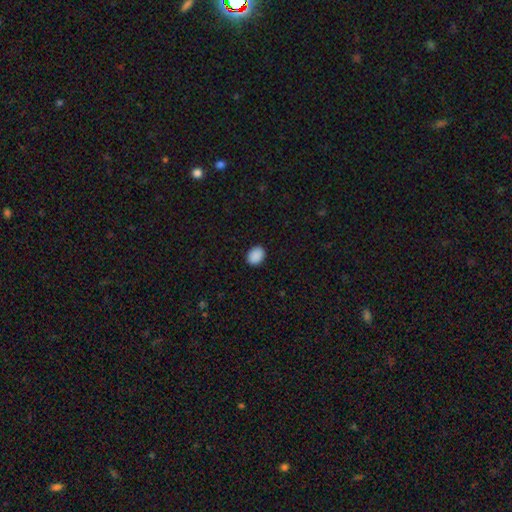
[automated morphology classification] smooth-or-featured: smooth: 90% | star or artifact: 8% | featured or disk: 2%
  how-rounded: in between: 65% | round: 35% | cigar-shaped: 1%
  merging: none: 90% | minor disturbance: 7% | major disturbance: 2% | merger: 1%